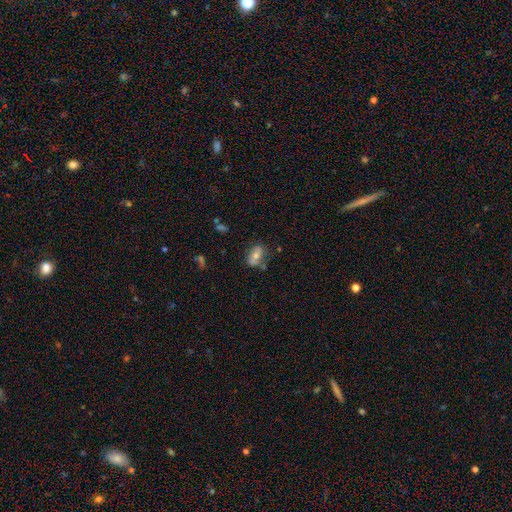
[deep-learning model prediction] Smooth or featured?
  - smooth: 55% *
  - featured or disk: 33%
  - star or artifact: 12%
How rounded?
  - in between: 80% *
  - round: 17%
  - cigar-shaped: 4%
Merging?
  - none: 65% *
  - minor disturbance: 19%
  - merger: 10%
  - major disturbance: 6%